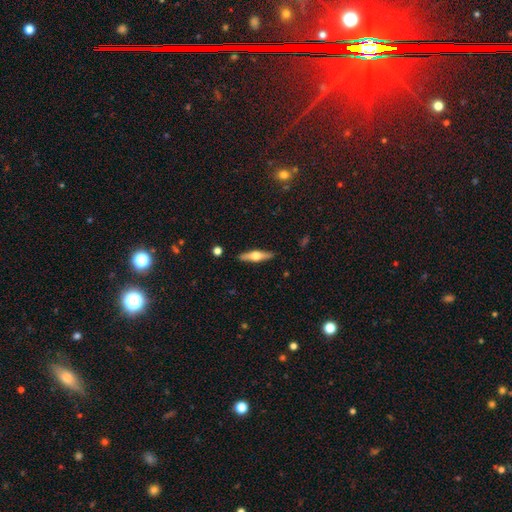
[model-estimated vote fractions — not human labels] This appears to be a featured or disk galaxy (60%) viewed edge-on (95%) with a rounded central bulge (95%). Merging: none (90%).